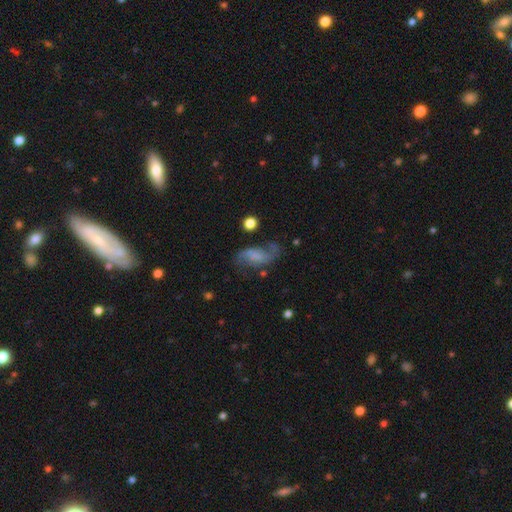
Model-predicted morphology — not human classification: The model was most divided on "bar": no: 51%, weak: 36%, strong: 13%. More confident: edge-on disk — no (96%); spiral arms — yes (93%); spiral arm count — 2 (88%); spiral winding — loose (75%); smooth or featured — featured or disk (72%); merging — none (61%); bulge size — none (61%).